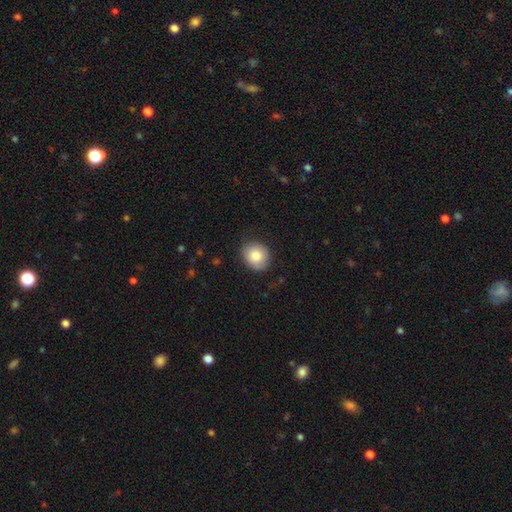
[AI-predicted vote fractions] A smooth galaxy with no disk features (84%) that is round (73%). Merging: none (83%).